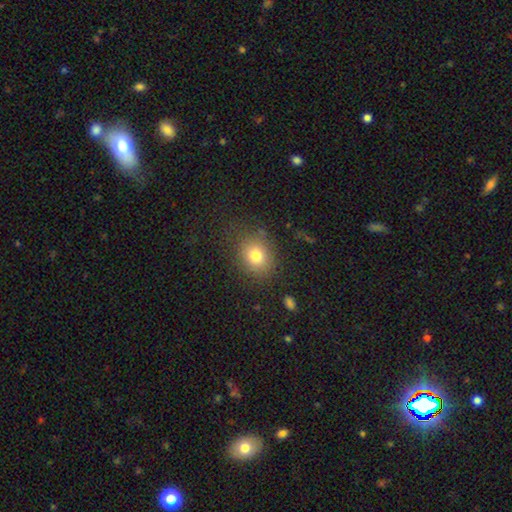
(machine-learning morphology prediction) Smooth or featured? smooth (79%)
How rounded? round (58%)
Merging? none (79%)